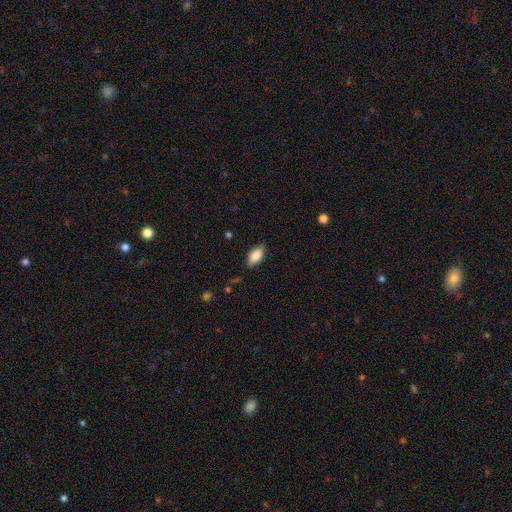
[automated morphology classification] A smooth galaxy with no disk features (85%) that is in between round and cigar-shaped (91%).

Vote fractions:
- Smooth or featured? smooth: 85% / featured or disk: 8% / star or artifact: 7%
- How rounded? in between: 91% / cigar-shaped: 6% / round: 3%
- Merging? none: 82% / minor disturbance: 14% / major disturbance: 3% / merger: 1%